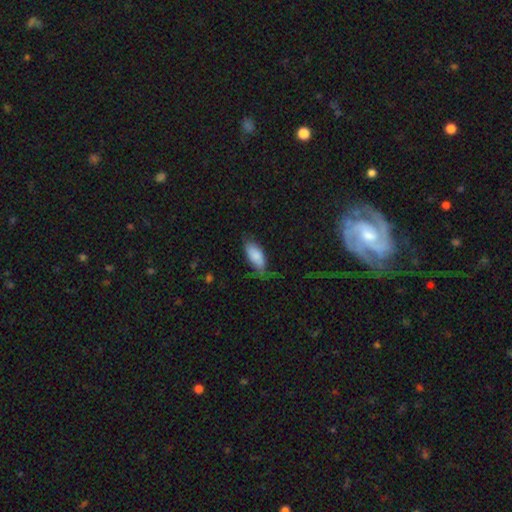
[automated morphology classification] Overall: smooth (83%). How rounded: in between (87%). Merging: none (50%; minor disturbance 34%).